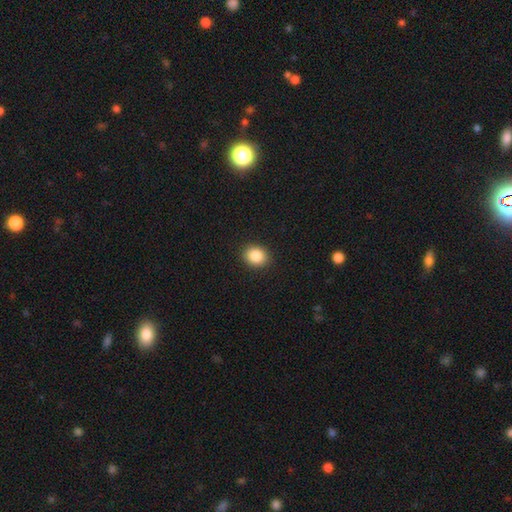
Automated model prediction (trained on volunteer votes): smooth_or_featured: smooth (p=0.86) [alt: star or artifact p=0.09]
how_rounded: round (p=0.57) [alt: in between p=0.42]
merging: none (p=0.90) [alt: minor disturbance p=0.07]